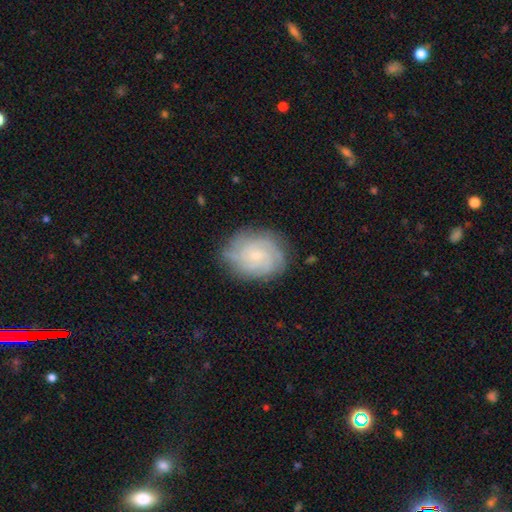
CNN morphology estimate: Smooth or featured?
  - featured or disk: 71% *
  - smooth: 21%
  - star or artifact: 8%
Edge-on disk?
  - no: 98% *
  - yes: 2%
Bar?
  - no: 73% *
  - weak: 24%
  - strong: 3%
Spiral arms?
  - yes: 95% *
  - no: 5%
Spiral winding?
  - tight: 69% *
  - medium: 25%
  - loose: 6%
Spiral arm count?
  - can't tell: 36% *
  - 4: 20%
  - 3: 19%
  - 2: 12%
  - more than 4: 7%
  - 1: 6%
Bulge size?
  - small: 74% *
  - moderate: 20%
  - none: 4%
  - large: 1%
  - dominant: 1%
Merging?
  - none: 77% *
  - minor disturbance: 17%
  - major disturbance: 5%
  - merger: 1%